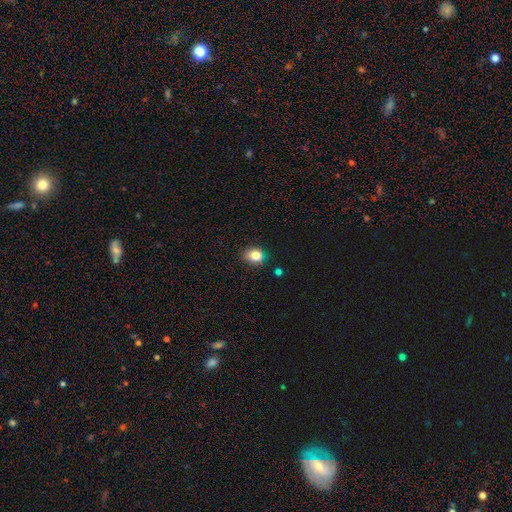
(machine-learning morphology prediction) A smooth galaxy with no disk features (80%) that is round (60%). Merging: none (75%).